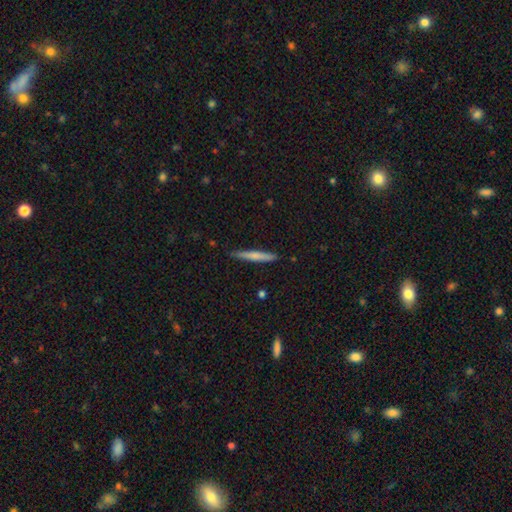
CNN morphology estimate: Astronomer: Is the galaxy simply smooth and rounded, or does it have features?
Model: smooth — 65%.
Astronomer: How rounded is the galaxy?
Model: cigar-shaped — 95%.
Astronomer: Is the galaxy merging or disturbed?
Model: none — 87%.